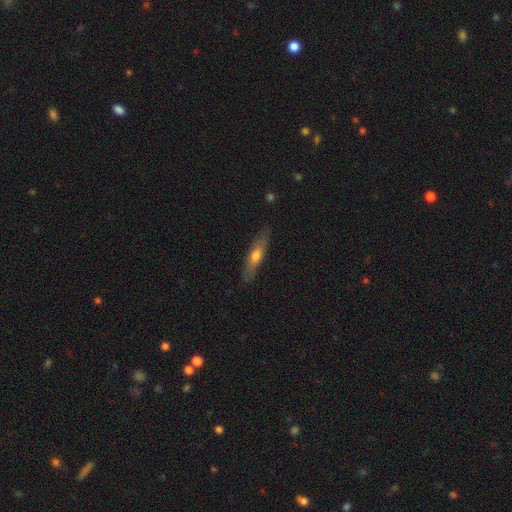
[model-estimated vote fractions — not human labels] A smooth galaxy with no disk features (54%) that is cigar-shaped (76%).

Vote fractions:
- Smooth or featured? smooth: 54% / featured or disk: 40% / star or artifact: 6%
- How rounded? cigar-shaped: 76% / in between: 22% / round: 2%
- Merging? none: 82% / minor disturbance: 13% / major disturbance: 3% / merger: 1%